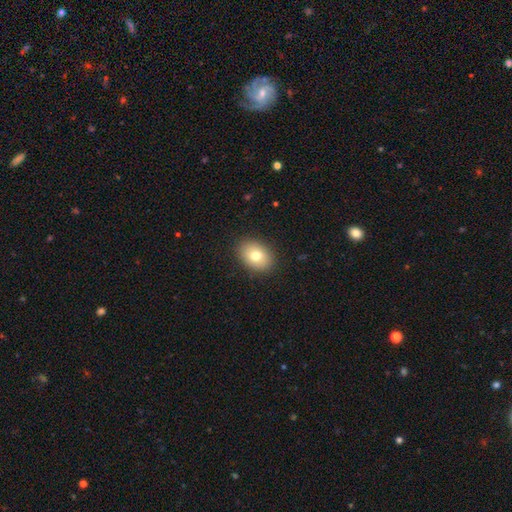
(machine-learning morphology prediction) type=smooth (76%); roundness=in between (67%); merging=none (89%).